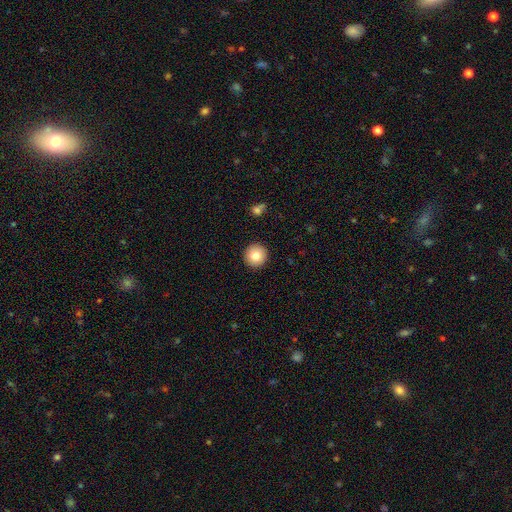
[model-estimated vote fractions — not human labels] Smooth or featured? Predicted: smooth (p=0.82). How rounded? Predicted: round (p=0.95). Merging? Predicted: none (p=0.93).